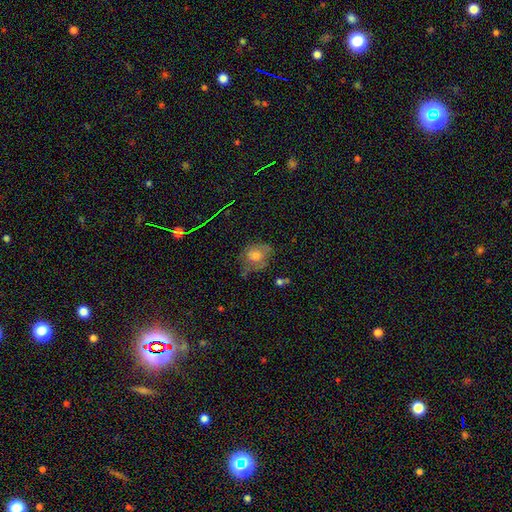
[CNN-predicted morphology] smooth 59%, featured or disk 27%, star or artifact 14%. Down the decision tree: how rounded — round (60%); merging — none (51%).